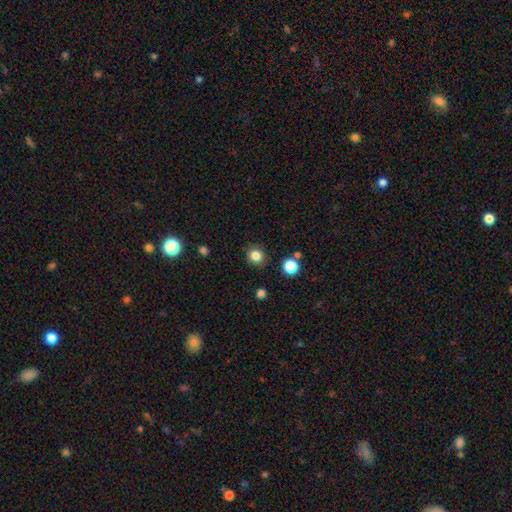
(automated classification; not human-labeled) smooth-or-featured: smooth: 83% | star or artifact: 12% | featured or disk: 5%
  how-rounded: round: 87% | in between: 12% | cigar-shaped: 1%
  merging: none: 88% | minor disturbance: 8% | major disturbance: 2% | merger: 2%